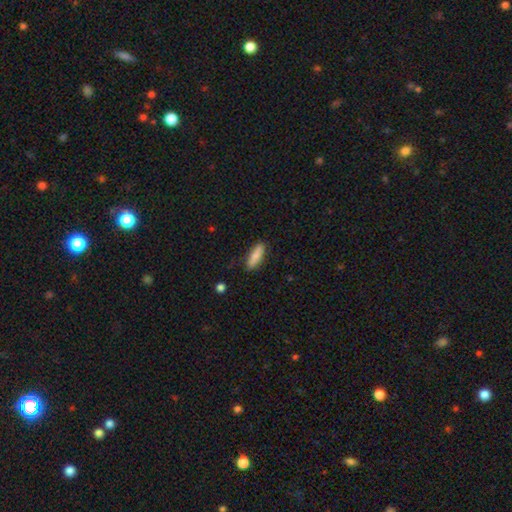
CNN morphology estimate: This is clearly a smooth galaxy (82%). How rounded: possibly cigar-shaped (57%). Merging: clearly none (84%).